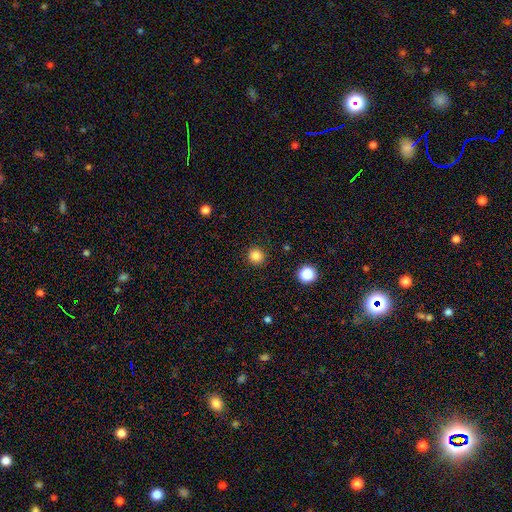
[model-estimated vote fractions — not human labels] smooth 84%, star or artifact 12%, featured or disk 4%. Down the decision tree: how rounded — round (93%); merging — none (92%).